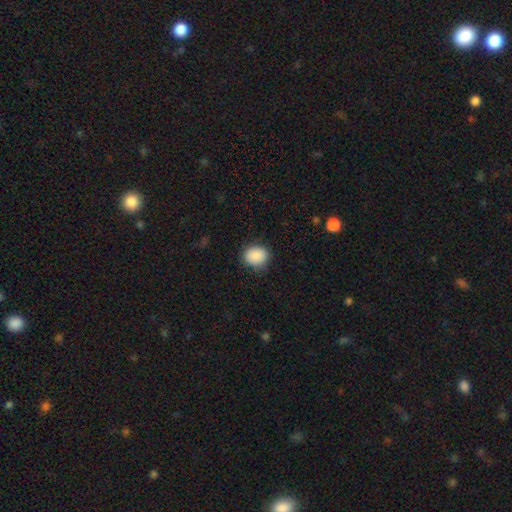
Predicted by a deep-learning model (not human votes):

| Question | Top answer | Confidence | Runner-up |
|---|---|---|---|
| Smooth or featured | smooth | 89% | star or artifact (8%) |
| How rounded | round | 66% | in between (33%) |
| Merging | none | 85% | minor disturbance (11%) |